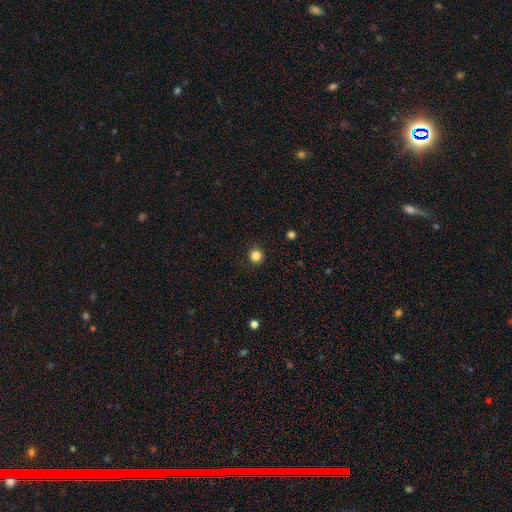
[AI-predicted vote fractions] This is clearly a smooth galaxy (84%). How rounded: clearly round (95%). Merging: clearly none (93%).